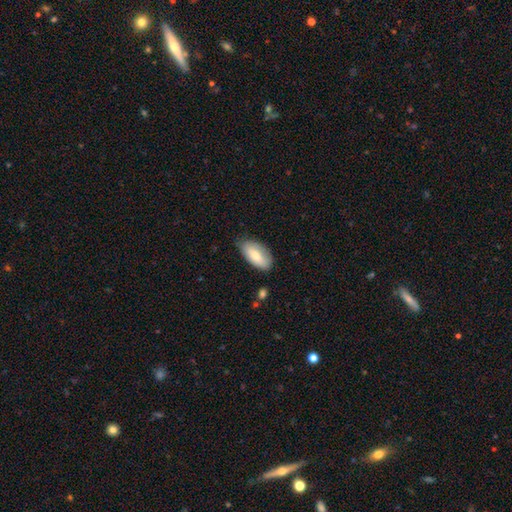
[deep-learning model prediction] A smooth galaxy with no disk features (75%) that is in between round and cigar-shaped (92%). Merging: none (72%).